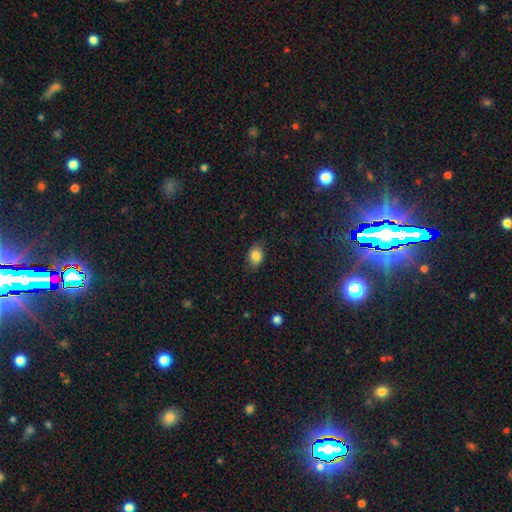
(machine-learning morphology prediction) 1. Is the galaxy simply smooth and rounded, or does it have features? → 83% smooth, 10% star or artifact, 7% featured or disk.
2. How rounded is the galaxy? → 66% in between, 33% round, 1% cigar-shaped.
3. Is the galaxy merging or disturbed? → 78% none, 18% minor disturbance, 4% major disturbance, 1% merger.